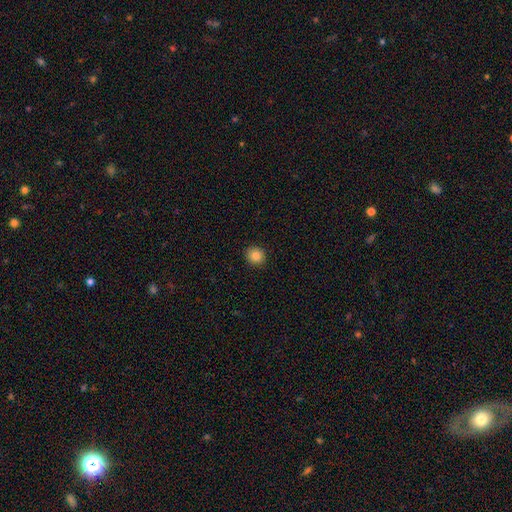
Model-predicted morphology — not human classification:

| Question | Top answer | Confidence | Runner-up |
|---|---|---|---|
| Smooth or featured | smooth | 84% | star or artifact (11%) |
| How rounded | round | 89% | in between (10%) |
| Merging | none | 92% | minor disturbance (5%) |